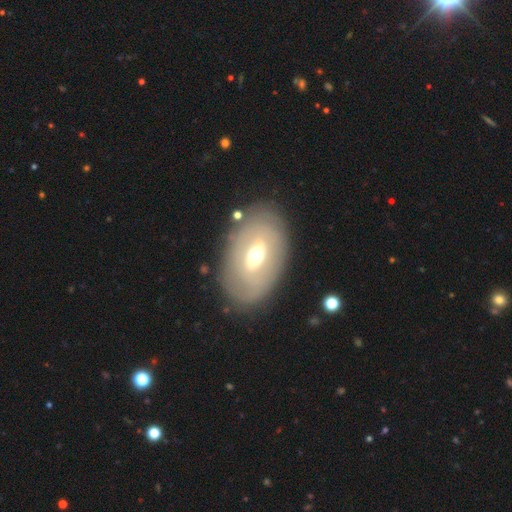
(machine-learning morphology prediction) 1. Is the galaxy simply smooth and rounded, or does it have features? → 58% featured or disk, 35% smooth, 7% star or artifact.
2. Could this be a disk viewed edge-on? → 89% no, 11% yes.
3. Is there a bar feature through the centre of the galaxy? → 46% weak, 28% strong, 27% no.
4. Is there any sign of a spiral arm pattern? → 75% no, 25% yes.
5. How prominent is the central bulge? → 69% moderate, 16% small, 13% large, 1% dominant, 1% none.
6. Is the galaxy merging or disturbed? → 81% none, 12% minor disturbance, 5% major disturbance, 2% merger.